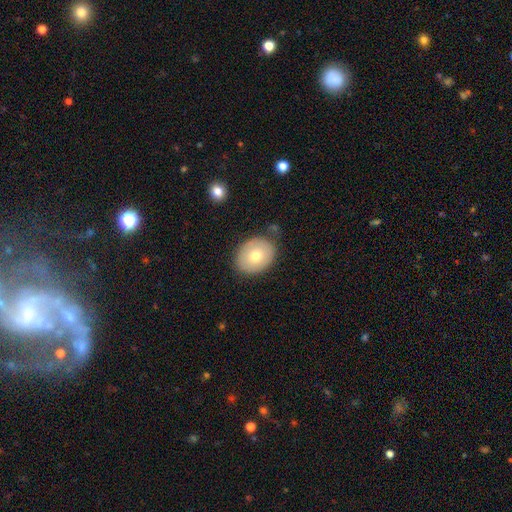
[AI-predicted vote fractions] A smooth galaxy with no disk features (72%) that is in between round and cigar-shaped (52%).

Vote fractions:
- Smooth or featured? smooth: 72% / featured or disk: 21% / star or artifact: 8%
- How rounded? in between: 52% / round: 48% / cigar-shaped: 1%
- Merging? none: 82% / minor disturbance: 12% / major disturbance: 3% / merger: 3%